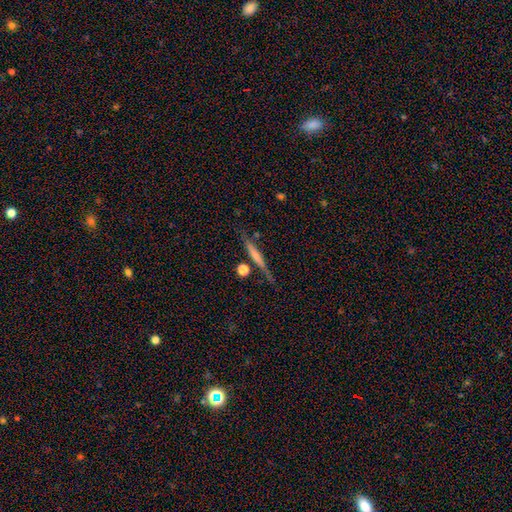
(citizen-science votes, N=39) Overall: featured or disk (59%; smooth 36%). Edge-on disk: yes (100%). Edge-on bulge: rounded (48%; none 30%). Merging: none (73%).